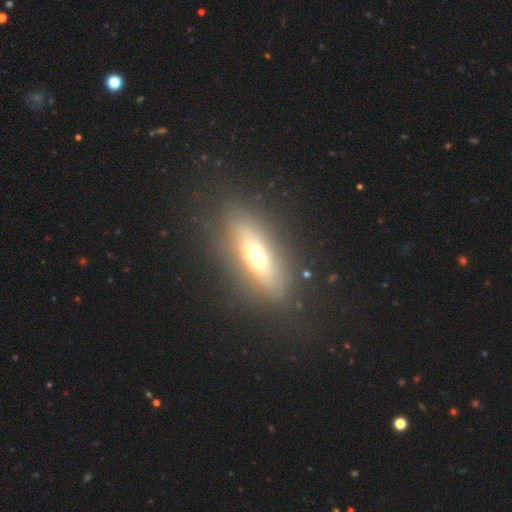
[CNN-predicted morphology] smooth_or_featured: smooth (p=0.52) [alt: featured or disk p=0.39]
how_rounded: in between (p=0.56) [alt: cigar-shaped p=0.39]
merging: none (p=0.81) [alt: minor disturbance p=0.12]